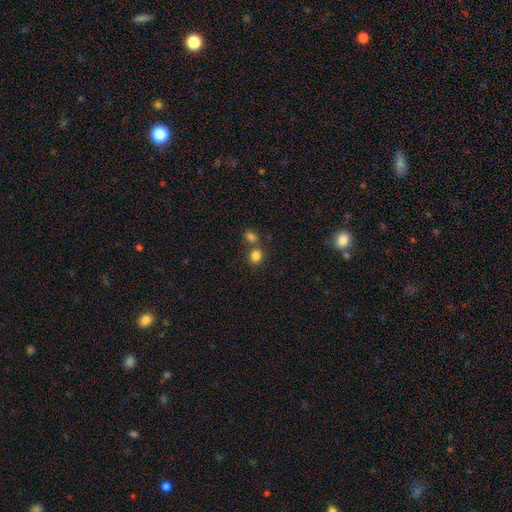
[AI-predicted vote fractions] Smooth or featured? smooth (82%)
How rounded? round (72%)
Merging? none (60%)